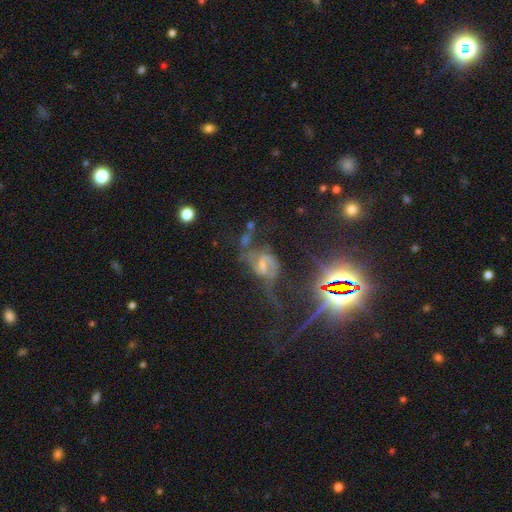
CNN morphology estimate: Q: Smooth or featured?
A: featured or disk (47%); runner-up: star or artifact (40%)
Q: Merging?
A: none (41%); runner-up: major disturbance (32%)